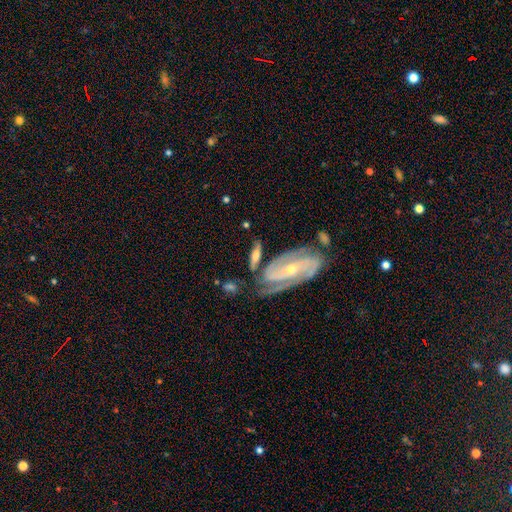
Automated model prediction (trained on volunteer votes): Smooth or featured? featured or disk (61%)
Edge-on disk? no (73%)
Merging? none (57%)